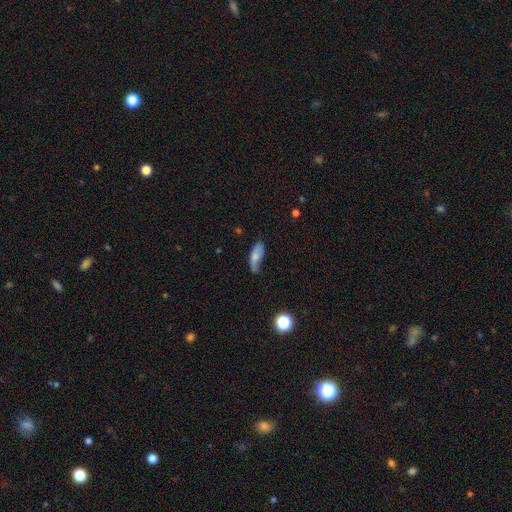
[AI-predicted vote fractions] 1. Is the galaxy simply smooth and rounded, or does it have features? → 68% smooth, 24% featured or disk, 8% star or artifact.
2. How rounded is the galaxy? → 73% in between, 24% cigar-shaped, 3% round.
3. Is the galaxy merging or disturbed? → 44% none, 39% minor disturbance, 14% major disturbance, 3% merger.